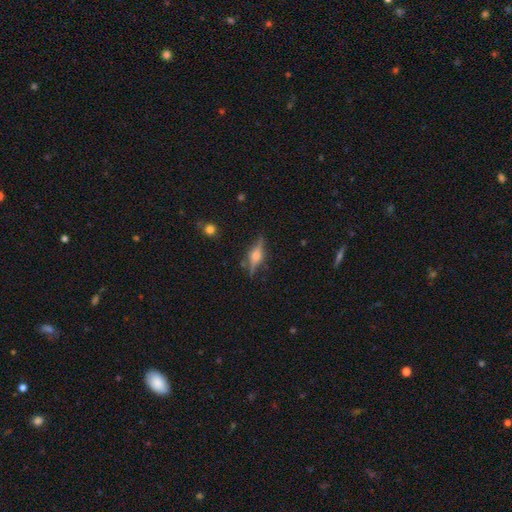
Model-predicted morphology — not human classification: This appears to be a featured or disk galaxy (73%) viewed edge-on (95%) with a rounded central bulge (86%). Merging: none (81%).